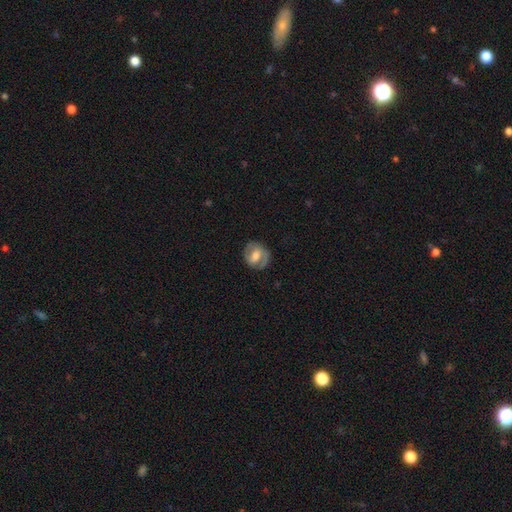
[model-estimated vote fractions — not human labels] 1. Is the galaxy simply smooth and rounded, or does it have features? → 62% featured or disk, 31% smooth, 6% star or artifact.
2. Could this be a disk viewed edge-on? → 96% no, 4% yes.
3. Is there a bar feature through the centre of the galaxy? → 46% weak, 28% no, 26% strong.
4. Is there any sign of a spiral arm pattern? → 76% yes, 24% no.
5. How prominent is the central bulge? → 58% moderate, 18% small, 18% large, 4% none, 2% dominant.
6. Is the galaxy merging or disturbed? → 78% none, 15% minor disturbance, 6% major disturbance, 1% merger.